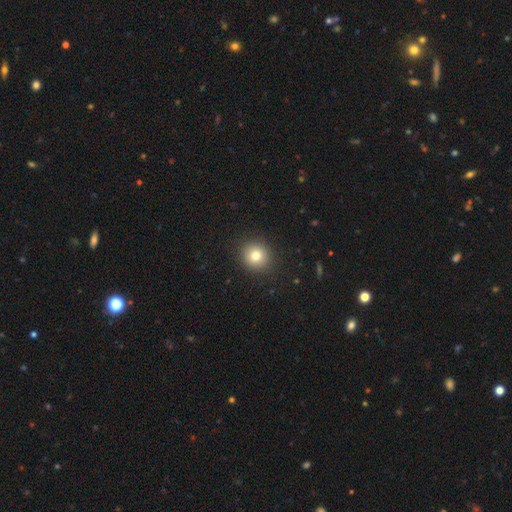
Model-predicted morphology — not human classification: A smooth galaxy with no disk features (78%) that is round (89%).

Vote fractions:
- Smooth or featured? smooth: 78% / star or artifact: 12% / featured or disk: 9%
- How rounded? round: 89% / in between: 10% / cigar-shaped: 1%
- Merging? none: 91% / minor disturbance: 6% / major disturbance: 2% / merger: 1%